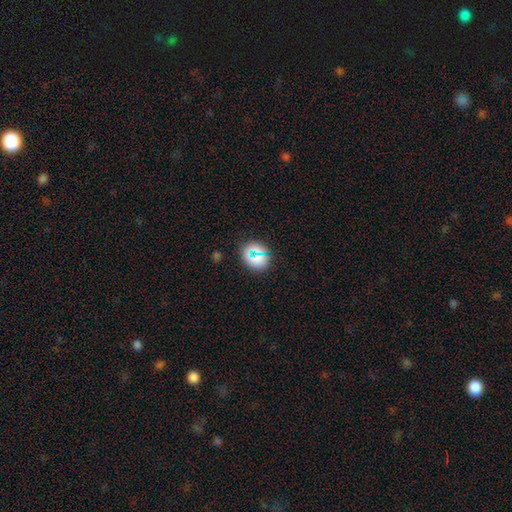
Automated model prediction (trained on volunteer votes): smooth_or_featured: smooth (p=0.71) [alt: star or artifact p=0.20]
how_rounded: round (p=0.76) [alt: in between p=0.22]
merging: none (p=0.84) [alt: minor disturbance p=0.10]